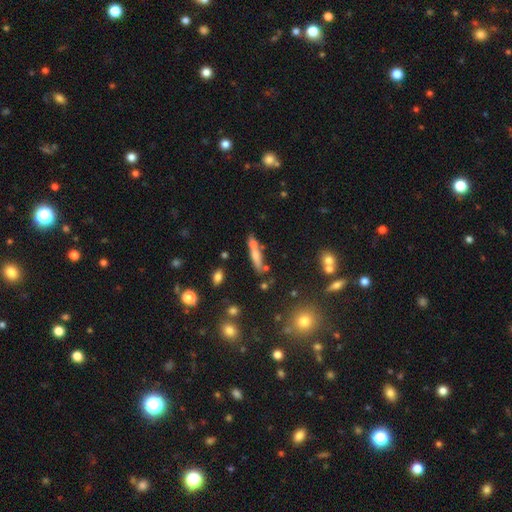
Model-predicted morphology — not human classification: Smooth or featured?
  - smooth: 63% *
  - featured or disk: 26%
  - star or artifact: 11%
How rounded?
  - cigar-shaped: 75% *
  - in between: 22%
  - round: 3%
Merging?
  - none: 52% *
  - merger: 29%
  - minor disturbance: 14%
  - major disturbance: 5%